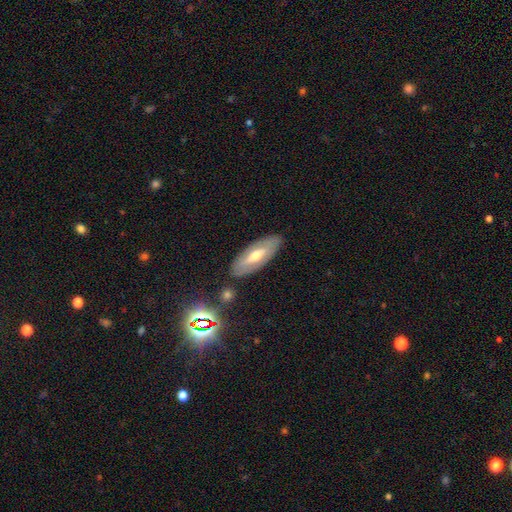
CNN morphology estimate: smooth-or-featured: featured or disk: 58% | smooth: 34% | star or artifact: 8%
  disk-edge-on: no: 74% | yes: 26%
  merging: none: 84% | minor disturbance: 11% | major disturbance: 3% | merger: 2%